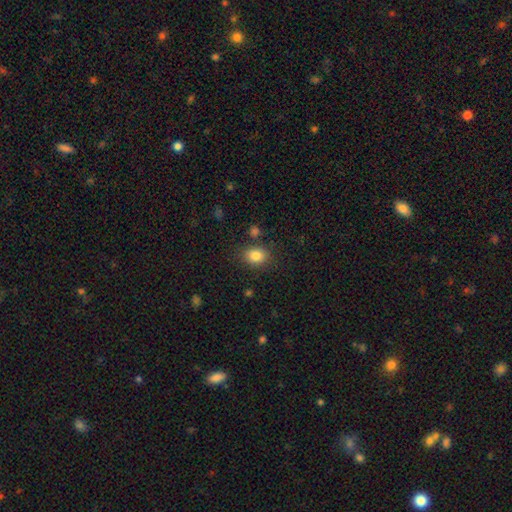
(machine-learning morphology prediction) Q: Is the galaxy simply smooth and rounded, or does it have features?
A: smooth — 84%.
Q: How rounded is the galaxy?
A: in between — 60%.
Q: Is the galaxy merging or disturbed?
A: none — 81%.